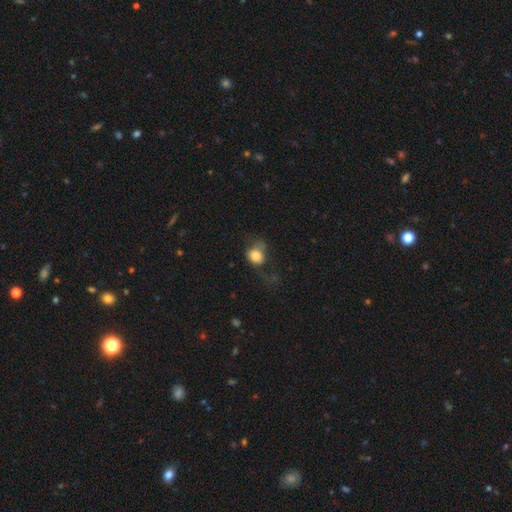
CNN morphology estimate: This is likely a smooth galaxy (78%). How rounded: likely round (62%). Merging: marginally none (35%).